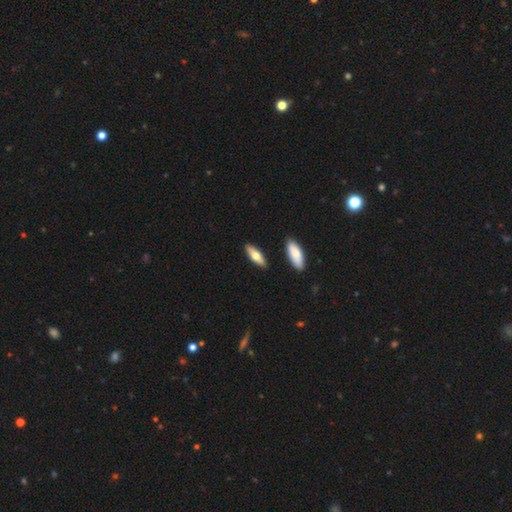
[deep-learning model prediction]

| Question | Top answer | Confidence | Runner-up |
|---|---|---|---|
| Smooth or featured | smooth | 64% | featured or disk (31%) |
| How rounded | in between | 57% | cigar-shaped (40%) |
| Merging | none | 87% | minor disturbance (8%) |